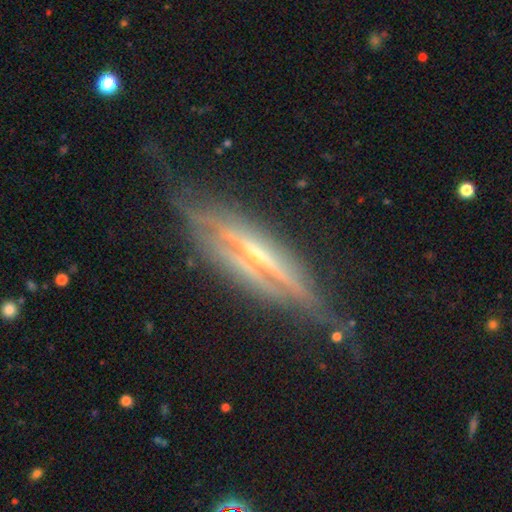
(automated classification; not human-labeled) Q: Smooth or featured?
A: featured or disk (80%); runner-up: smooth (13%)
Q: Edge-on disk?
A: yes (92%); runner-up: no (8%)
Q: Edge-on bulge?
A: rounded (57%); runner-up: none (27%)
Q: Merging?
A: none (69%); runner-up: minor disturbance (20%)